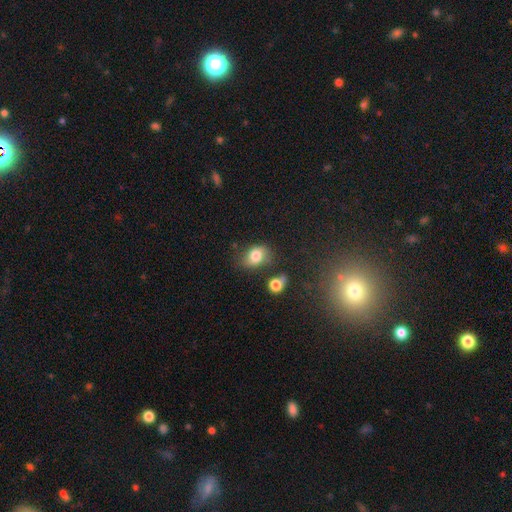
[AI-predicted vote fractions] This is likely a smooth galaxy (79%). How rounded: likely in between (70%). Merging: likely none (63%).